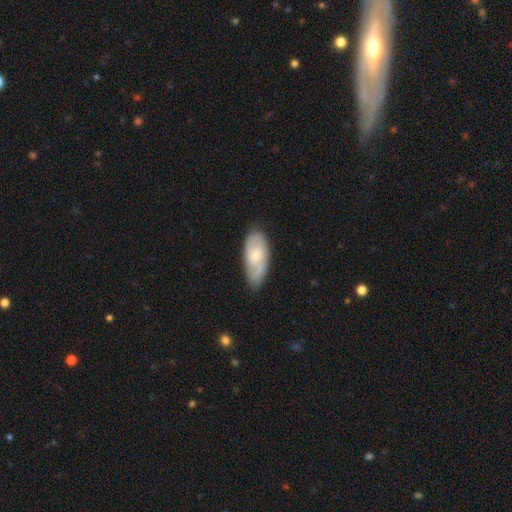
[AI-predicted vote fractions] Smooth or featured? smooth (50%)
Merging? none (71%)